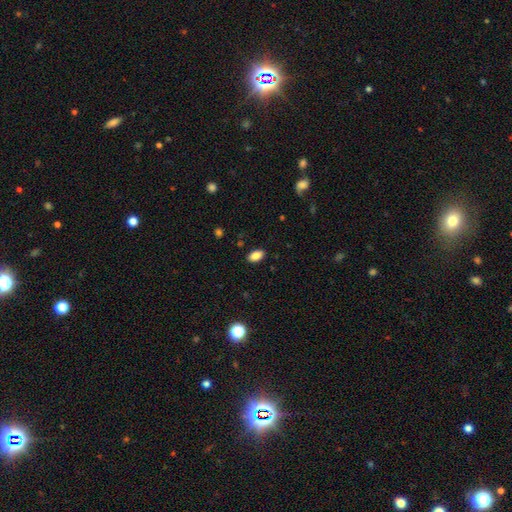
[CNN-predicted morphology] Smooth or featured? smooth (85%)
How rounded? in between (91%)
Merging? none (88%)